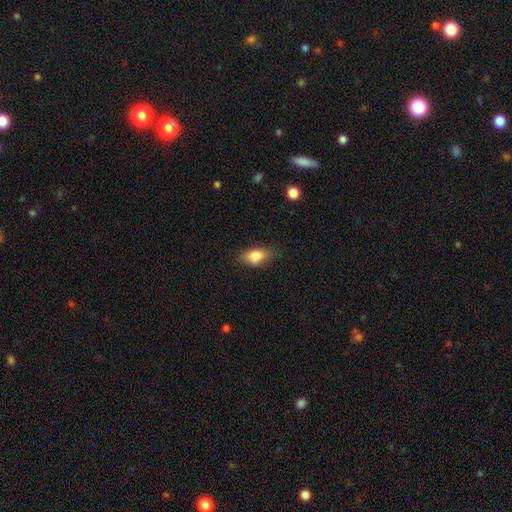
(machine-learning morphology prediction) smooth 79%, featured or disk 13%, star or artifact 8%. Down the decision tree: how rounded — in between (83%); merging — none (71%).